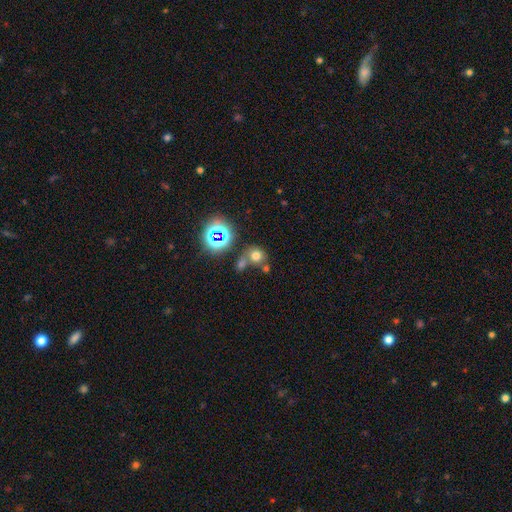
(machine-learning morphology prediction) A smooth galaxy with no disk features (65%) that is round (80%). Merging: none (55%).